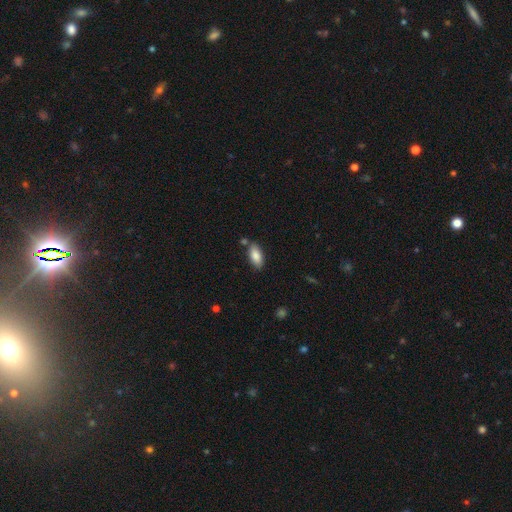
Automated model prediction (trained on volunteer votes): A smooth galaxy with no disk features (86%) that is in between round and cigar-shaped (89%). Merging: none (77%).